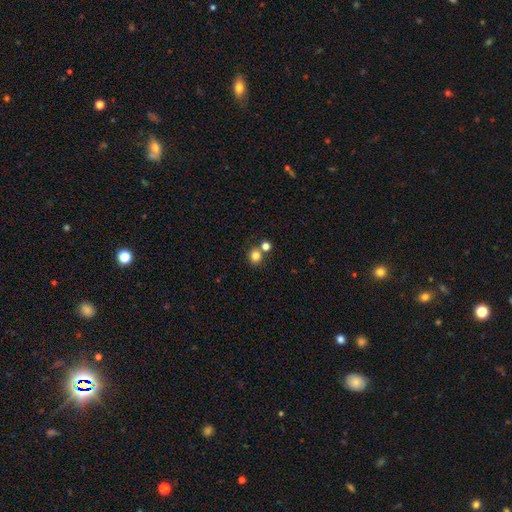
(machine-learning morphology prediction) Overall: smooth (80%). How rounded: round (83%). Merging: none (66%).